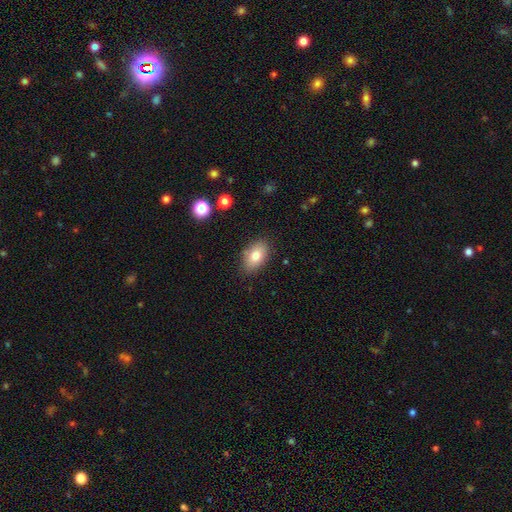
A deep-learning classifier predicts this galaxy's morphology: The model was most divided on "smooth or featured": smooth: 80%, featured or disk: 12%, star or artifact: 8%. More confident: how rounded — in between (91%); merging — none (84%).